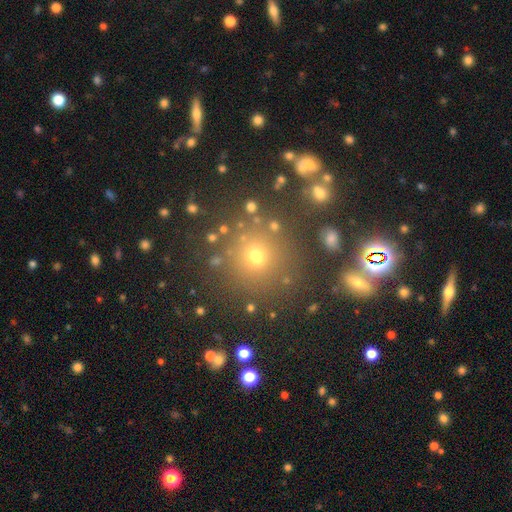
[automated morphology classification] Q: Smooth or featured?
A: smooth (57%); runner-up: star or artifact (32%)
Q: How rounded?
A: round (92%); runner-up: in between (7%)
Q: Merging?
A: none (82%); runner-up: minor disturbance (8%)